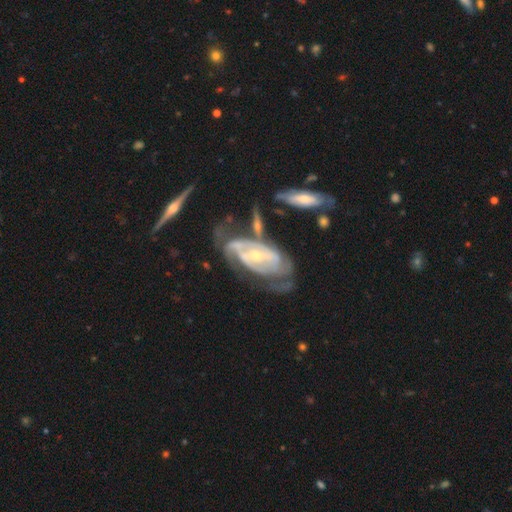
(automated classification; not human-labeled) Smooth or featured?
  - featured or disk: 86% *
  - smooth: 9%
  - star or artifact: 5%
Edge-on disk?
  - no: 93% *
  - yes: 7%
Bar?
  - no: 43% *
  - weak: 35%
  - strong: 22%
Spiral arms?
  - yes: 89% *
  - no: 11%
Spiral winding?
  - tight: 57% *
  - medium: 32%
  - loose: 11%
Spiral arm count?
  - 2: 40% *
  - can't tell: 35%
  - 3: 13%
  - 1: 5%
  - 4: 4%
  - more than 4: 3%
Bulge size?
  - small: 56% *
  - moderate: 41%
  - large: 2%
  - none: 1%
  - dominant: 1%
Merging?
  - none: 39% *
  - major disturbance: 25%
  - minor disturbance: 23%
  - merger: 13%